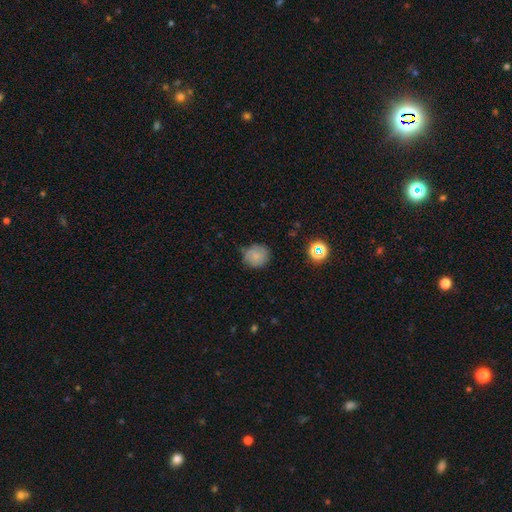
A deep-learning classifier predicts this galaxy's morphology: Overall: smooth (75%). How rounded: round (84%). Merging: none (76%).